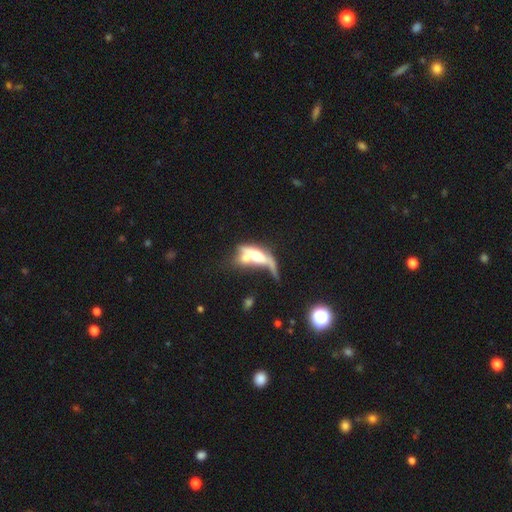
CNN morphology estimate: A featured or disk galaxy (55%) viewed edge-on (51%).

Vote fractions:
- Smooth or featured? featured or disk: 55% / smooth: 37% / star or artifact: 8%
- Edge-on disk? yes: 51% / no: 49%
- Merging? merger: 56% / major disturbance: 18% / none: 15% / minor disturbance: 10%